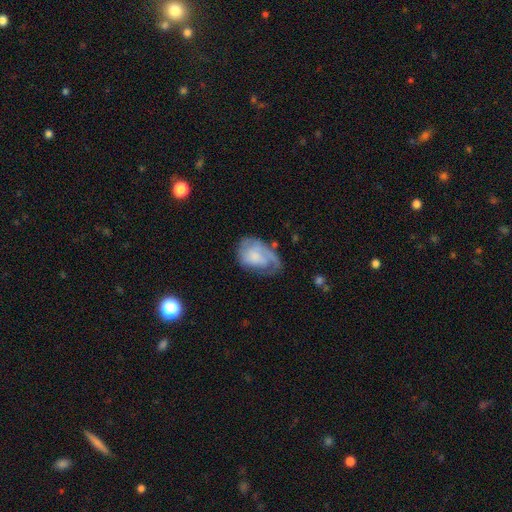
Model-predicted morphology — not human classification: Overall: featured or disk (54%; smooth 39%). Edge-on disk: no (97%). Bar: no (71%). Spiral arms: yes (78%). Bulge size: small (39%; moderate 25%). Merging: none (42%; minor disturbance 28%).